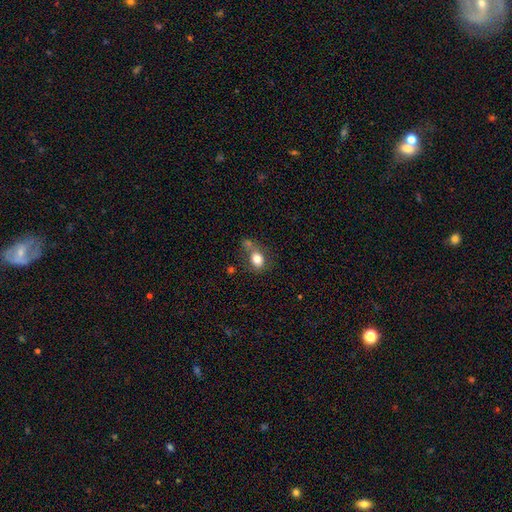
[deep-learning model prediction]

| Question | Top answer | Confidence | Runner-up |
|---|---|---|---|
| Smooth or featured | smooth | 79% | featured or disk (11%) |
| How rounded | in between | 64% | round (35%) |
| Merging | none | 44% | merger (22%) |